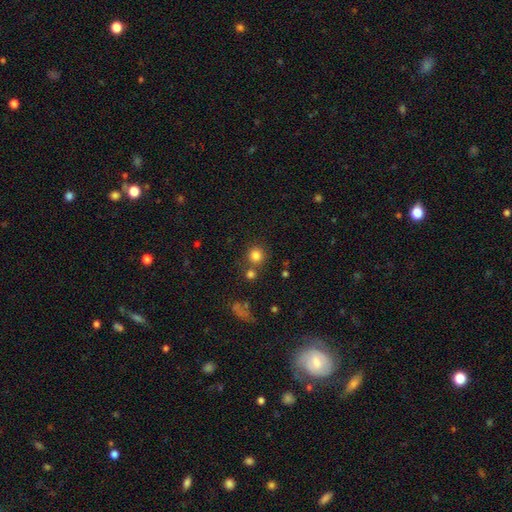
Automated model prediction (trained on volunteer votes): smooth-or-featured: smooth: 81% | star or artifact: 13% | featured or disk: 6%
  how-rounded: round: 92% | in between: 7% | cigar-shaped: 1%
  merging: none: 73% | merger: 16% | minor disturbance: 8% | major disturbance: 4%